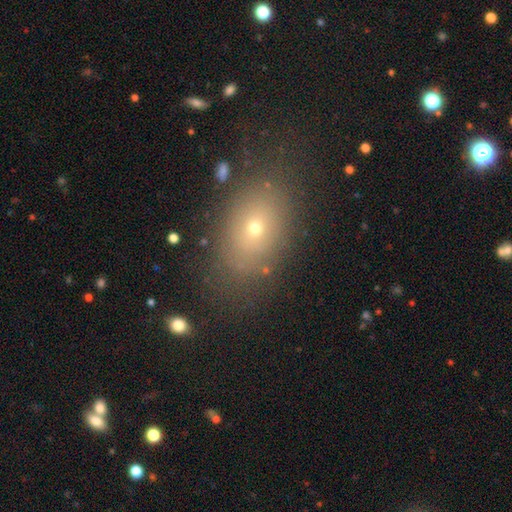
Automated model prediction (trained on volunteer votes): Smooth or featured: smooth — 62% (featured or disk — 19%)
How rounded: in between — 75% (round — 23%)
Merging: none — 81% (minor disturbance — 12%)